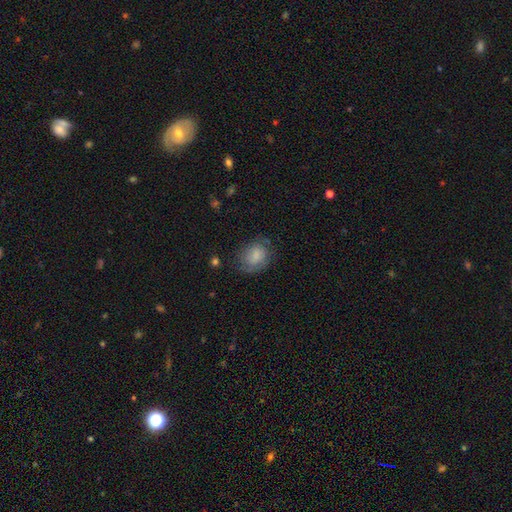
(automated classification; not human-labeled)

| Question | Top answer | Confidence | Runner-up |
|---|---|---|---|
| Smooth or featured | smooth | 73% | featured or disk (19%) |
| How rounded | in between | 51% | round (48%) |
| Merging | none | 62% | minor disturbance (25%) |